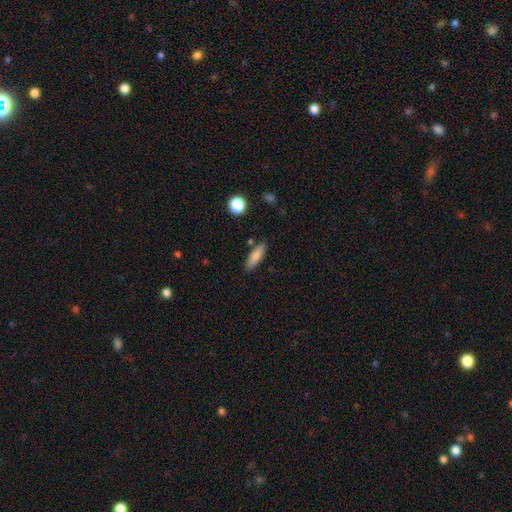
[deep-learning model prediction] A smooth galaxy with no disk features (81%) that is cigar-shaped (51%). Merging: none (84%).